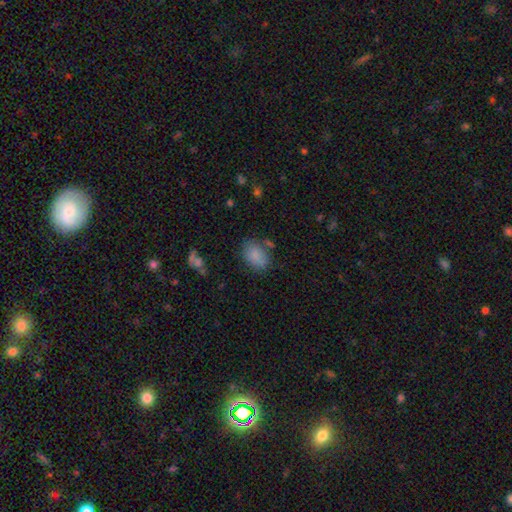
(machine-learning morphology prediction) Overall: smooth (83%). How rounded: in between (76%). Merging: none (70%).